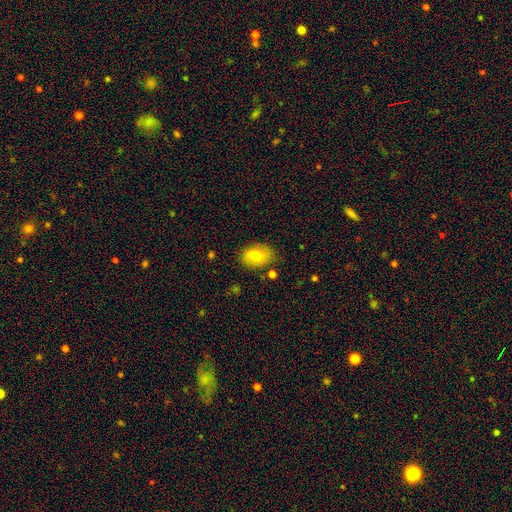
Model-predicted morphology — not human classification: Smooth or featured?
  - smooth: 74% *
  - featured or disk: 19%
  - star or artifact: 7%
How rounded?
  - in between: 83% *
  - round: 15%
  - cigar-shaped: 1%
Merging?
  - none: 75% *
  - minor disturbance: 18%
  - major disturbance: 5%
  - merger: 3%